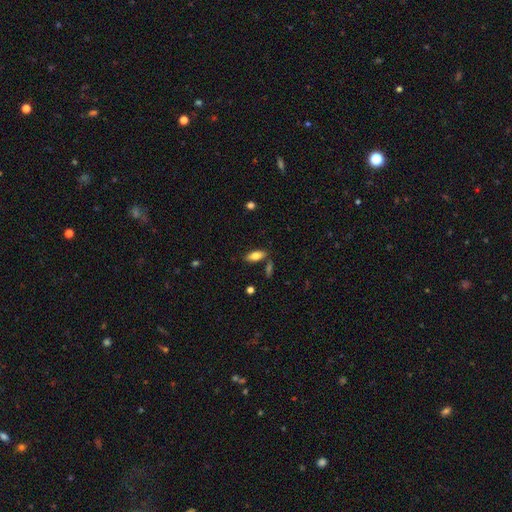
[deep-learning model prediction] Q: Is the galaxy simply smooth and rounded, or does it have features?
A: smooth — 75%.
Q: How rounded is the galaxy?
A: in between — 78%.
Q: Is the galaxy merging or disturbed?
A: none — 79%.